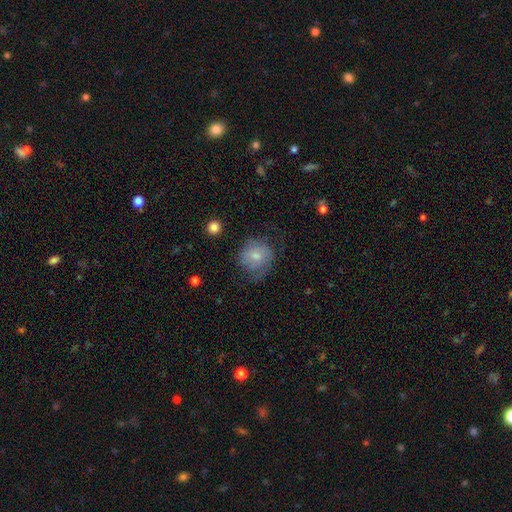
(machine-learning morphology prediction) smooth-or-featured: smooth: 60% | featured or disk: 32% | star or artifact: 8%
  how-rounded: round: 78% | in between: 21% | cigar-shaped: 1%
  merging: none: 51% | minor disturbance: 27% | major disturbance: 20% | merger: 2%